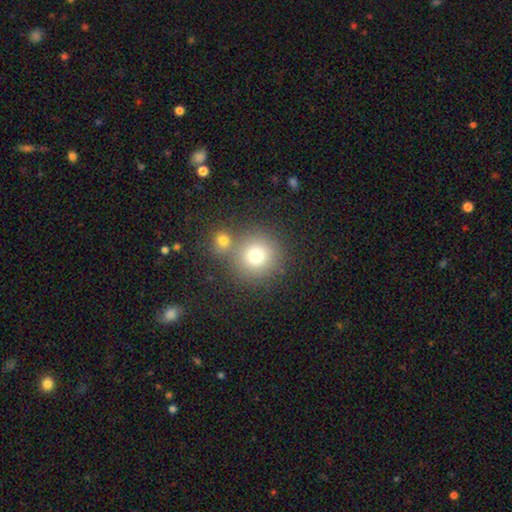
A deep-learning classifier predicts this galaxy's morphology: Smooth or featured: smooth — 74% (star or artifact — 15%)
How rounded: round — 93% (in between — 6%)
Merging: none — 65% (merger — 24%)